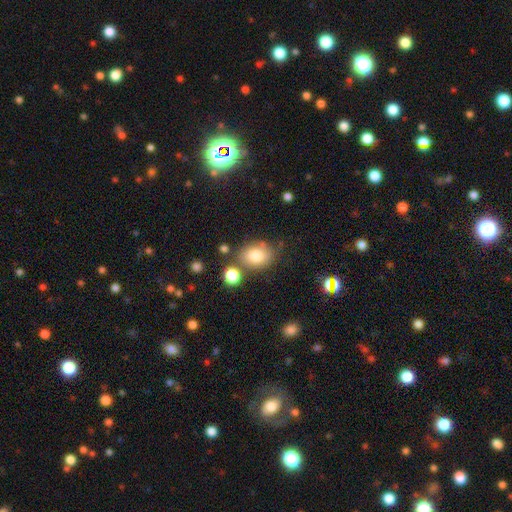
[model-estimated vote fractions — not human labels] This appears to be a smooth galaxy with no disk features (80%) that is in between round and cigar-shaped (66%). Merging: none (64%).